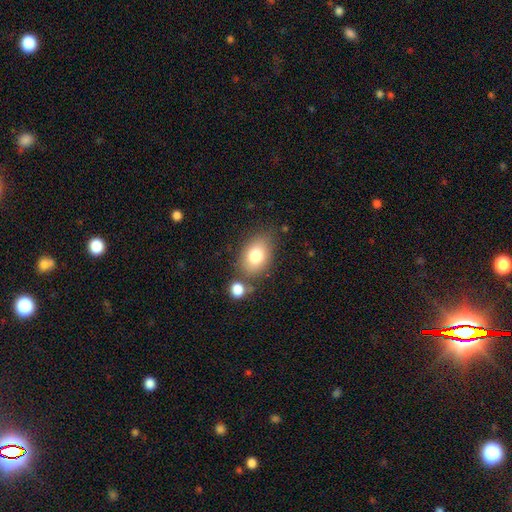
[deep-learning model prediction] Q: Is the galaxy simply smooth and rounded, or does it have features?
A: smooth — 78%.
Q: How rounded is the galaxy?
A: in between — 77%.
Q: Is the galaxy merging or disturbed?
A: none — 69%.